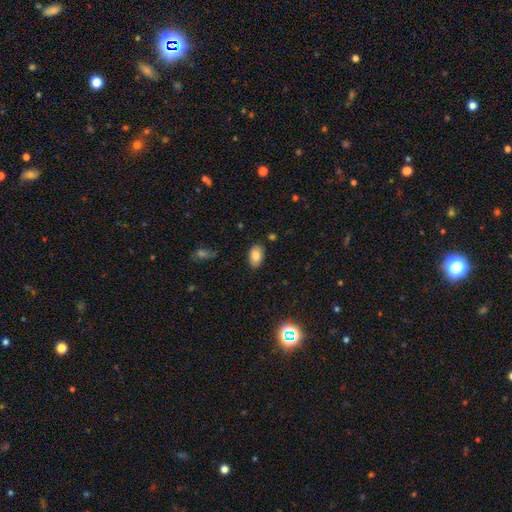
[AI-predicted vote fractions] Smooth or featured?
  - smooth: 84% *
  - featured or disk: 8%
  - star or artifact: 8%
How rounded?
  - in between: 92% *
  - round: 7%
  - cigar-shaped: 1%
Merging?
  - none: 86% *
  - minor disturbance: 11%
  - major disturbance: 2%
  - merger: 2%